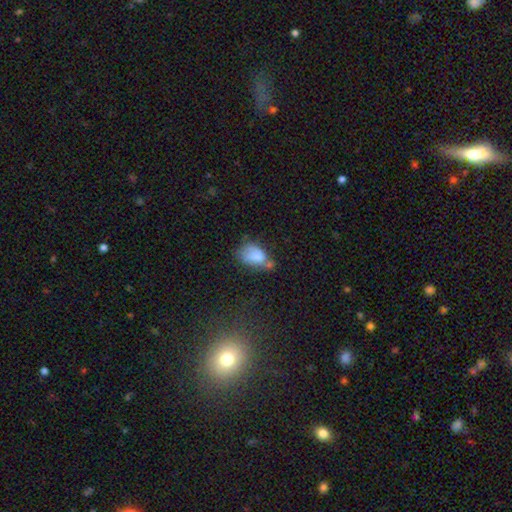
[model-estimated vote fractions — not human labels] Overall: smooth (71%). How rounded: in between (83%). Merging: none (29%, tied with minor disturbance).